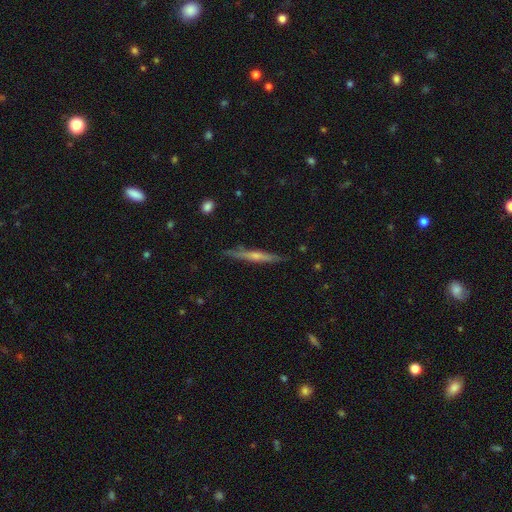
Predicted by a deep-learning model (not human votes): Overall: featured or disk (62%; smooth 32%). Edge-on disk: yes (96%). Edge-on bulge: rounded (62%; none 32%). Merging: none (87%).